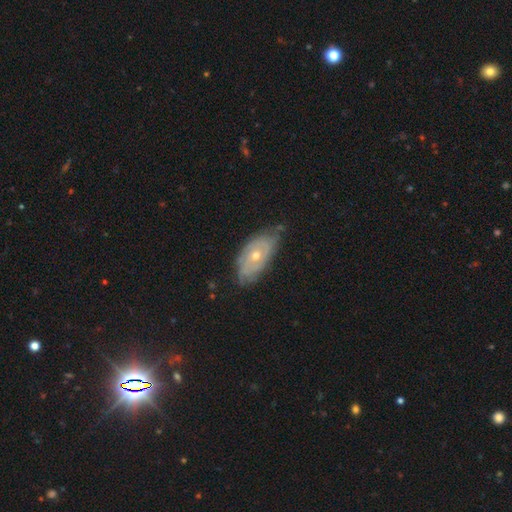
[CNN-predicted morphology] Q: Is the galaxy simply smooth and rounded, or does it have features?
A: featured or disk — 68%.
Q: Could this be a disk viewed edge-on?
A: no — 89%.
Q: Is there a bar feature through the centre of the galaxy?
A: no — 82%.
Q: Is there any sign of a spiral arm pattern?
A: yes — 71%.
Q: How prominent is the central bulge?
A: moderate — 54%.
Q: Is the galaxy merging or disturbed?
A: none — 62%.